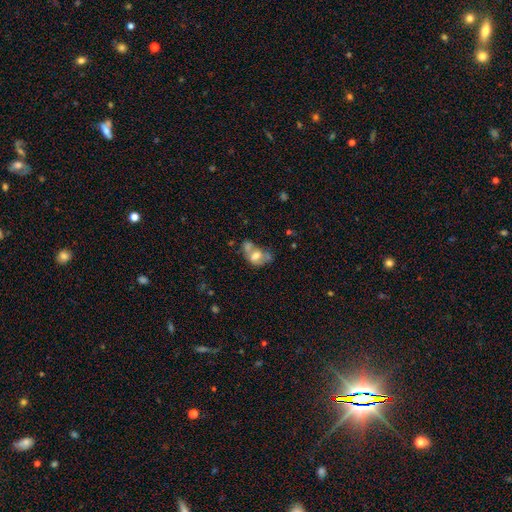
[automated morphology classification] Overall: smooth (49%; featured or disk 41%). Merging: merger (44%; none 21%).